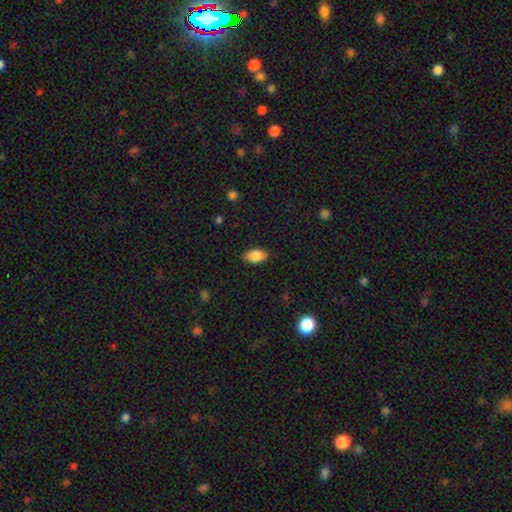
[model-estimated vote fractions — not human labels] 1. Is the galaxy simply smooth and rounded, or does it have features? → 84% smooth, 8% featured or disk, 7% star or artifact.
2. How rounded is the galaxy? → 92% in between, 5% round, 3% cigar-shaped.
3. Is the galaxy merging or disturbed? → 86% none, 11% minor disturbance, 2% major disturbance, 1% merger.